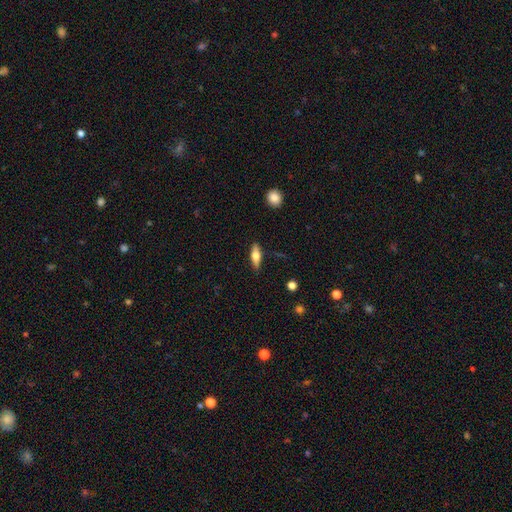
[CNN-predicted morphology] Smooth or featured: smooth — 51% (featured or disk — 43%)
How rounded: in between — 54% (cigar-shaped — 43%)
Merging: none — 86% (minor disturbance — 10%)